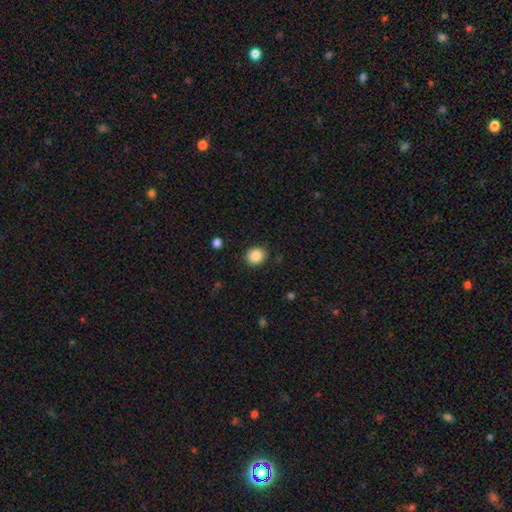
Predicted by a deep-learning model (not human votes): This appears to be a smooth galaxy with no disk features (87%) that is round (75%). Merging: none (88%).